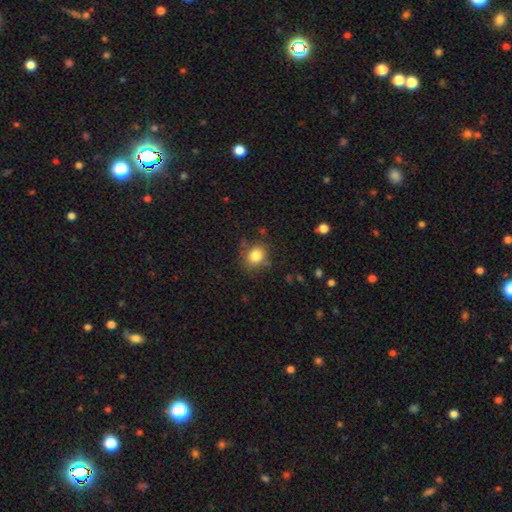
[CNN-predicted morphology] smooth-or-featured: smooth: 82% | star or artifact: 11% | featured or disk: 7%
  how-rounded: round: 68% | in between: 31% | cigar-shaped: 1%
  merging: none: 76% | minor disturbance: 16% | major disturbance: 5% | merger: 3%